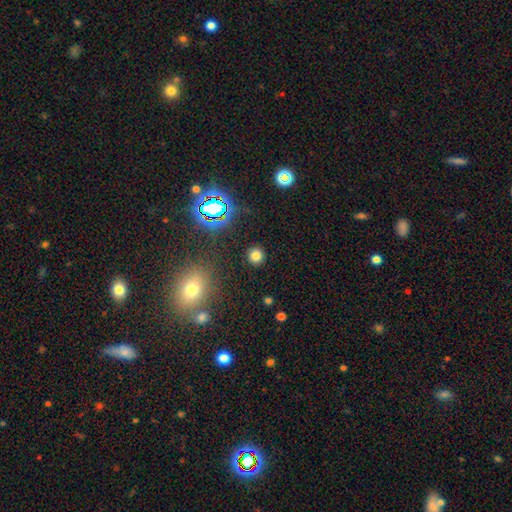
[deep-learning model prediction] Smooth or featured: smooth — 74% (star or artifact — 20%)
How rounded: round — 89% (in between — 9%)
Merging: none — 90% (minor disturbance — 6%)